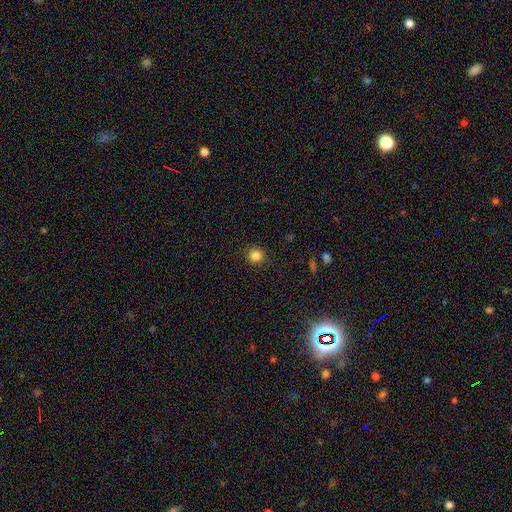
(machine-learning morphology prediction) Overall: smooth (84%). How rounded: round (89%). Merging: none (89%).